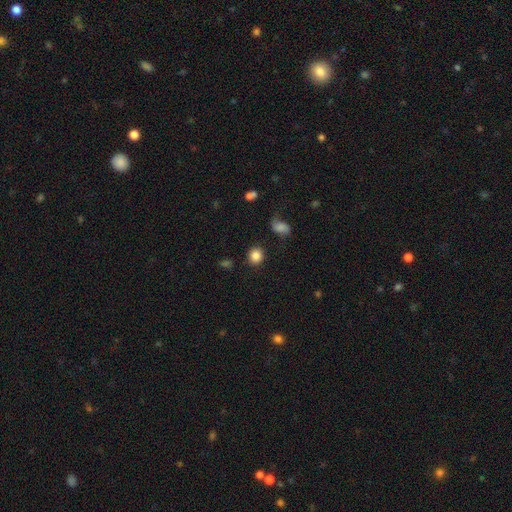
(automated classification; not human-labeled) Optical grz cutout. It shows a smooth galaxy with no disk features (85%) that is round (83%). Merging: none (87%).